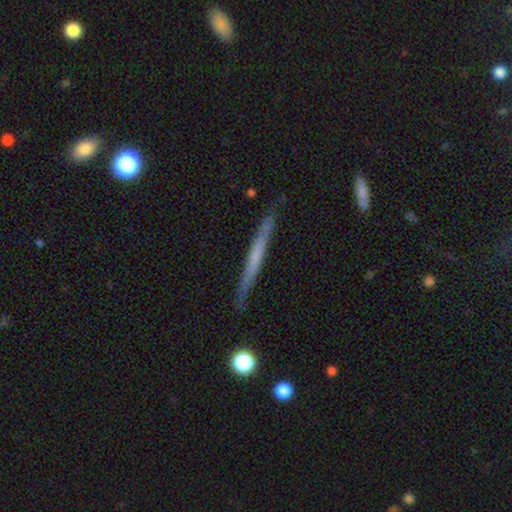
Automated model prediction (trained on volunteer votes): Overall: featured or disk (54%; smooth 40%). Edge-on disk: yes (96%). Edge-on bulge: none (77%). Merging: none (87%).